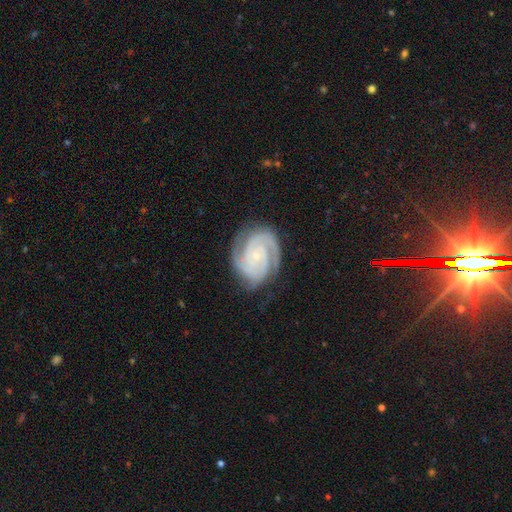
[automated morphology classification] A featured or disk galaxy (89%) with no bar (70%), 3 (37%) tight (76%) spiral arms (98%) and a small central bulge (81%). Merging: none (78%).